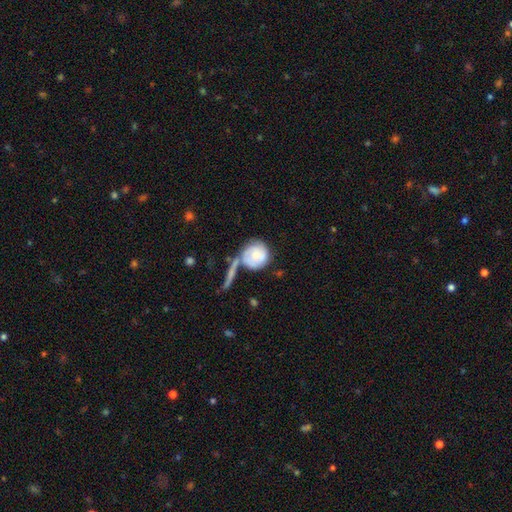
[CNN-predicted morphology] This appears to be a smooth galaxy with no disk features (61%) that is round (88%). Merging: none (45%).